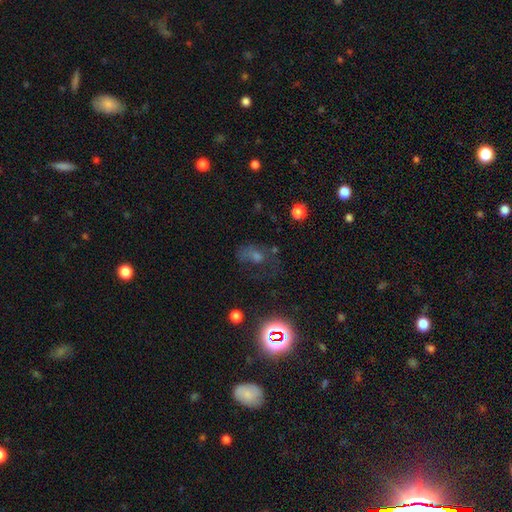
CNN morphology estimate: This appears to be a star or artifact, not a galaxy (39%).